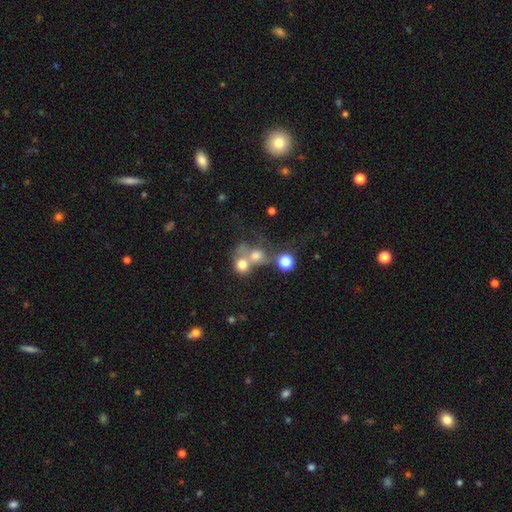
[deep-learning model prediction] A smooth galaxy with no disk features (65%) that is round (73%).

Vote fractions:
- Smooth or featured? smooth: 65% / featured or disk: 20% / star or artifact: 16%
- How rounded? round: 73% / in between: 26% / cigar-shaped: 1%
- Merging? merger: 57% / none: 26% / major disturbance: 9% / minor disturbance: 8%